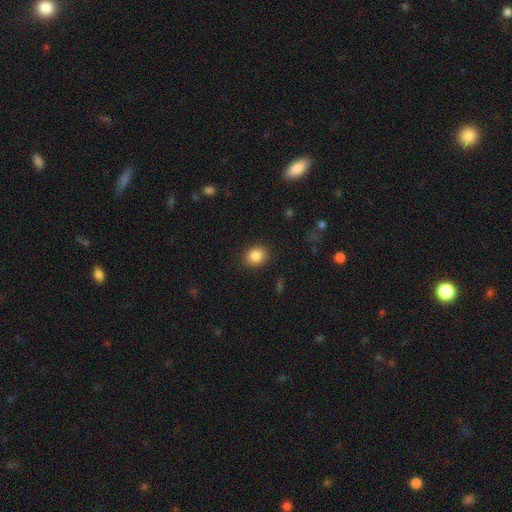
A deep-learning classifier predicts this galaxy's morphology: Smooth or featured? Predicted: smooth (p=0.86). How rounded? Predicted: round (p=0.64). Merging? Predicted: none (p=0.89).